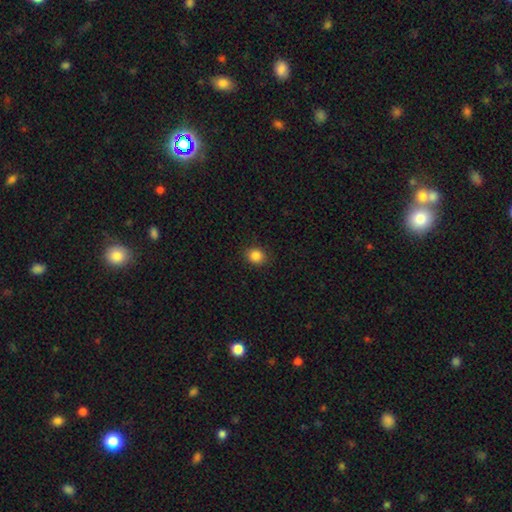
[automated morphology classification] The model was most divided on "how rounded": round: 72%, in between: 27%, cigar-shaped: 1%. More confident: merging — none (89%); smooth or featured — smooth (86%).